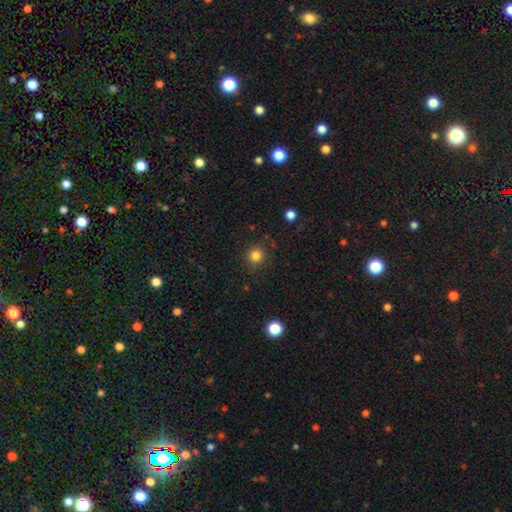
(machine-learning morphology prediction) smooth_or_featured: smooth (p=0.82) [alt: star or artifact p=0.13]
how_rounded: round (p=0.92) [alt: in between p=0.07]
merging: none (p=0.87) [alt: minor disturbance p=0.08]